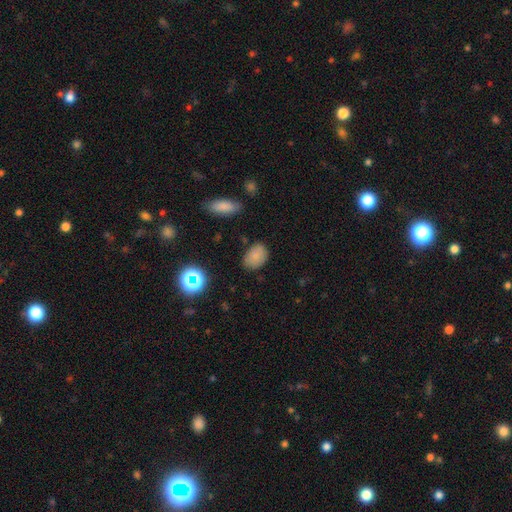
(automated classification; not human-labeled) Overall: smooth (82%). How rounded: in between (78%). Merging: none (75%).